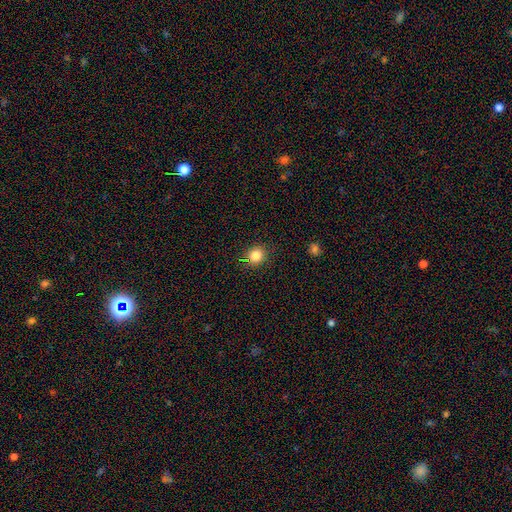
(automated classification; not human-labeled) A smooth galaxy with no disk features (83%) that is round (78%).

Vote fractions:
- Smooth or featured? smooth: 83% / star or artifact: 12% / featured or disk: 5%
- How rounded? round: 78% / in between: 21% / cigar-shaped: 1%
- Merging? none: 87% / minor disturbance: 9% / major disturbance: 3% / merger: 2%